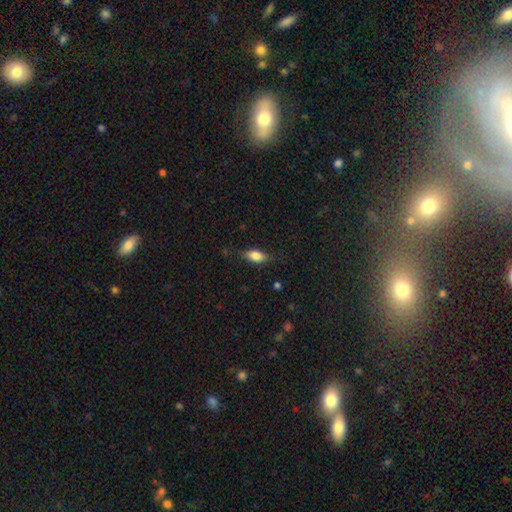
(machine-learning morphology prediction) This appears to be a smooth galaxy with no disk features (83%) that is in between round and cigar-shaped (87%). Merging: none (75%).